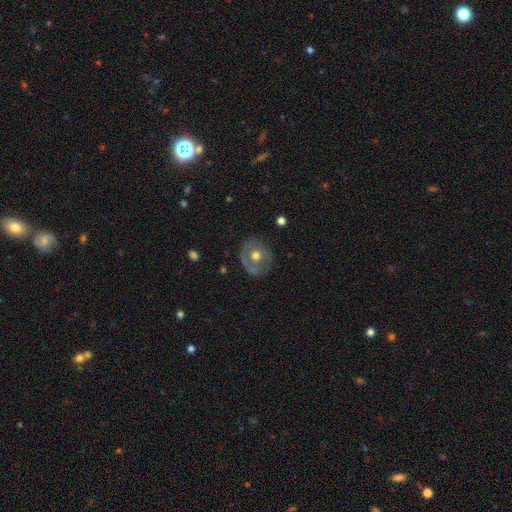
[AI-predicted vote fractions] This appears to be a featured or disk galaxy (53%) with no bar (85%), no spiral arms (71%) and a moderate central bulge (79%). Merging: none (75%).